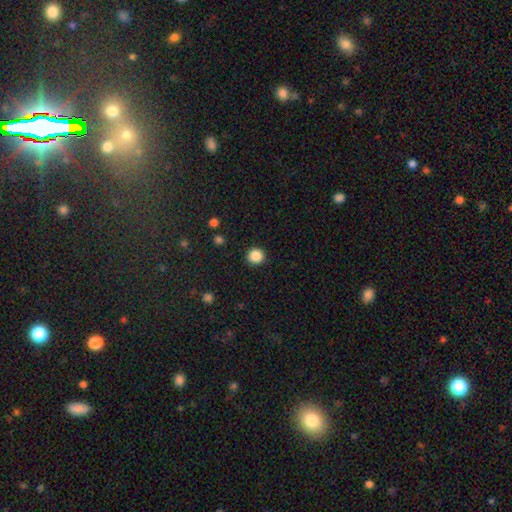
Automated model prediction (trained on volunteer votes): The model was most divided on "smooth or featured": smooth: 87%, star or artifact: 10%, featured or disk: 3%. More confident: how rounded — round (94%); merging — none (92%).